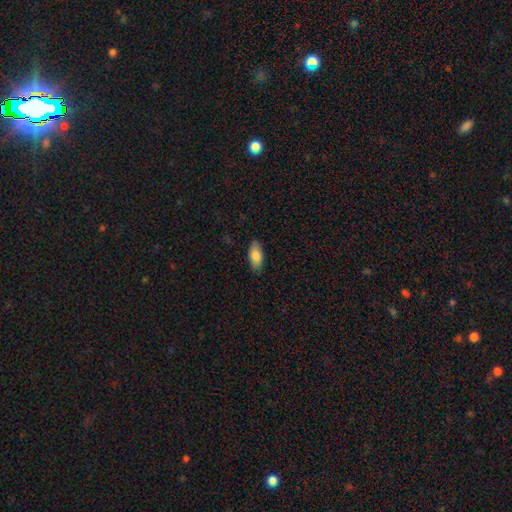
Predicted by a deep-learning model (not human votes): Smooth or featured: smooth — 83% (featured or disk — 11%)
How rounded: in between — 90% (cigar-shaped — 7%)
Merging: none — 86% (minor disturbance — 11%)